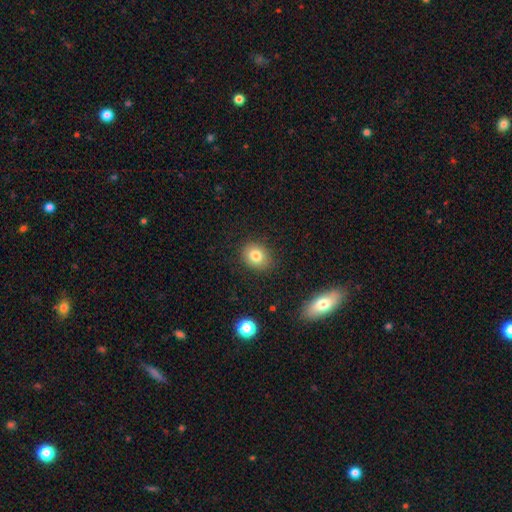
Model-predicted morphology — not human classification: The model was most divided on "how rounded": round: 59%, in between: 40%, cigar-shaped: 1%. More confident: merging — none (86%); smooth or featured — smooth (81%).